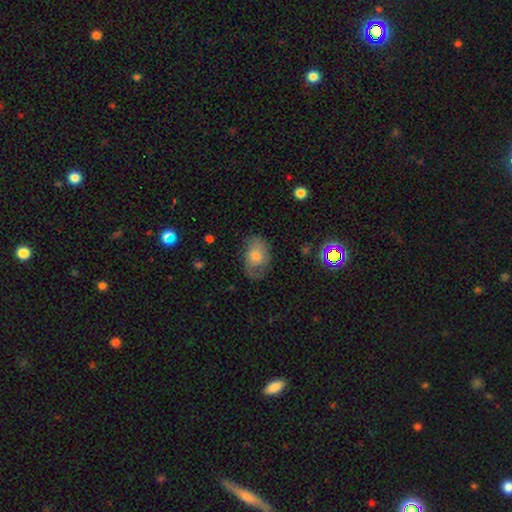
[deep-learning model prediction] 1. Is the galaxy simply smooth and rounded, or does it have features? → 60% smooth, 31% featured or disk, 9% star or artifact.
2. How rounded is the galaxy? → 82% in between, 16% round, 1% cigar-shaped.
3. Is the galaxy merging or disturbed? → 60% none, 26% minor disturbance, 13% major disturbance, 2% merger.